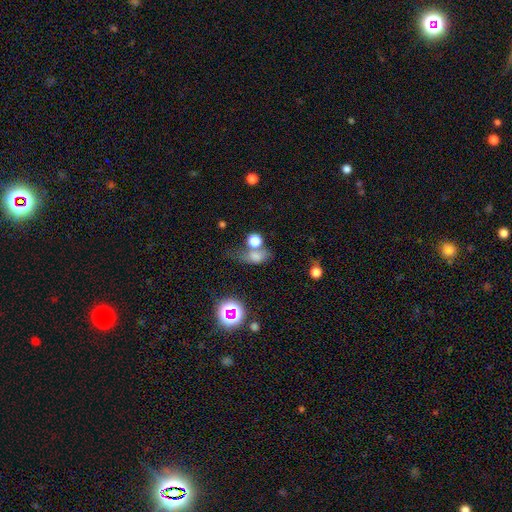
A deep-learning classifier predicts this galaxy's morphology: smooth 66%, star or artifact 19%, featured or disk 15%. Down the decision tree: how rounded — in between (63%); merging — none (36%).